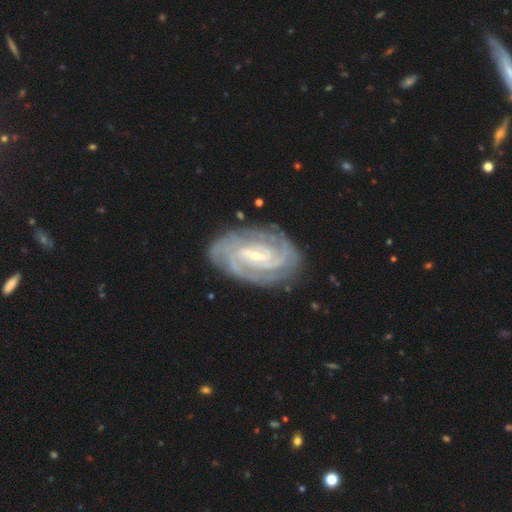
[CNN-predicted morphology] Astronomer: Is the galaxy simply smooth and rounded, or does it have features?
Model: featured or disk — 91%.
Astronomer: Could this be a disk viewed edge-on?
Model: no — 97%.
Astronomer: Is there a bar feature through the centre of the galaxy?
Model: weak — 44% (runner-up: strong, 28%).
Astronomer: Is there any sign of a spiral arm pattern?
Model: yes — 98%.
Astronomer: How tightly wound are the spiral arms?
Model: tight — 75%.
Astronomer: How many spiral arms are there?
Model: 2 — 27% (runner-up: can't tell, 20%).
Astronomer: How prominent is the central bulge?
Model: small — 77%.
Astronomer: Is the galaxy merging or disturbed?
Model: none — 81%.